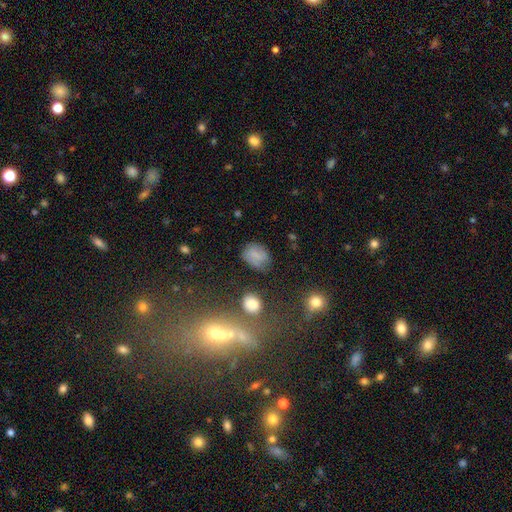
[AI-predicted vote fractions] Smooth or featured: smooth — 64% (featured or disk — 24%)
How rounded: in between — 67% (round — 31%)
Merging: none — 64% (minor disturbance — 23%)